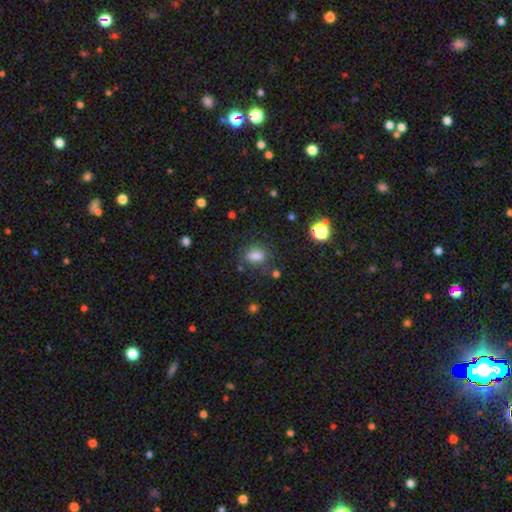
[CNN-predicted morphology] Overall: smooth (81%). How rounded: in between (76%). Merging: none (74%).